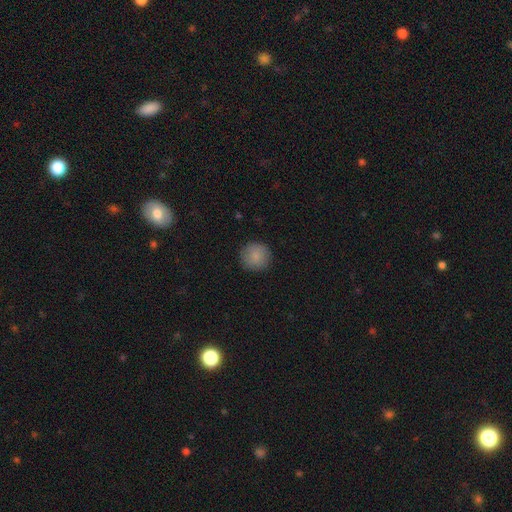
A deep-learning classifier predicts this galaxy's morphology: This appears to be a smooth galaxy with no disk features (87%) that is round (95%). Merging: none (89%).